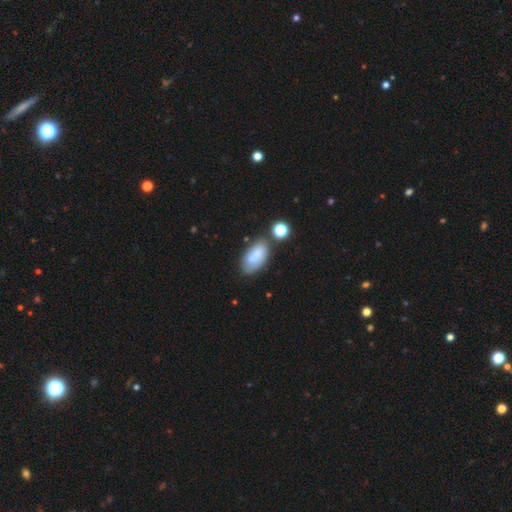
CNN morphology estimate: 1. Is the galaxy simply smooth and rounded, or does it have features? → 71% smooth, 20% featured or disk, 9% star or artifact.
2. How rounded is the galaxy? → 92% in between, 4% cigar-shaped, 4% round.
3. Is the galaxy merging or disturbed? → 56% none, 21% minor disturbance, 16% merger, 6% major disturbance.